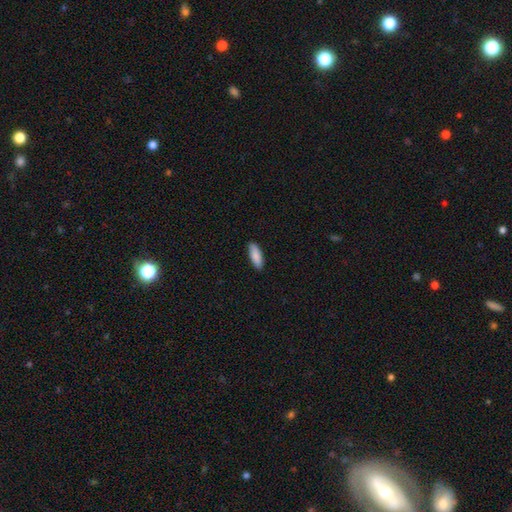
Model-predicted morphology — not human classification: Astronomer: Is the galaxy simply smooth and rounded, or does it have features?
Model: smooth — 89%.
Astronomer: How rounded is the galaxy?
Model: in between — 64%.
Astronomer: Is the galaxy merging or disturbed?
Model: none — 89%.